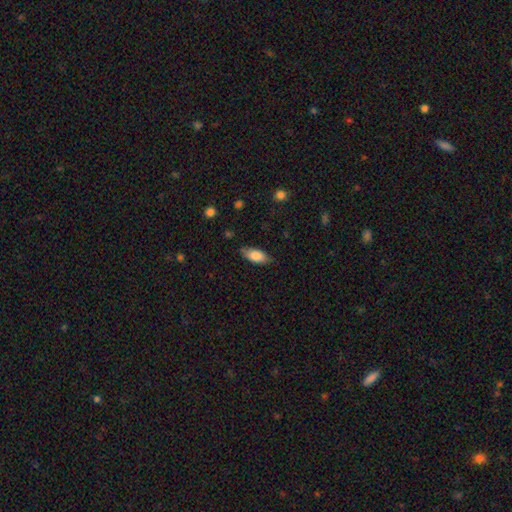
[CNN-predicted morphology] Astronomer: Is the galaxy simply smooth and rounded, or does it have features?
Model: smooth — 83%.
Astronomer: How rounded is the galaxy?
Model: in between — 86%.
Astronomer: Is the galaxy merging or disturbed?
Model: none — 79%.